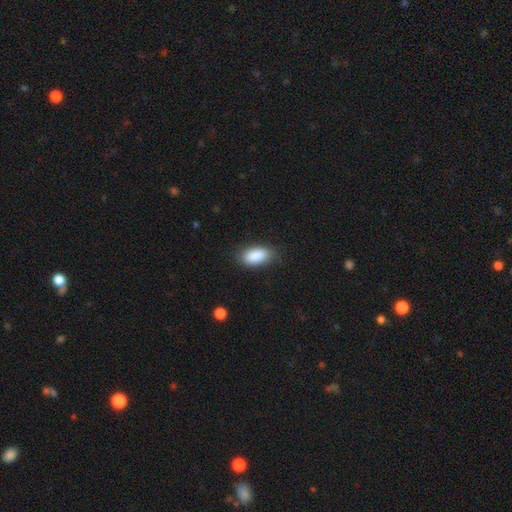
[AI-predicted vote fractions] This appears to be a smooth galaxy with no disk features (89%) that is in between round and cigar-shaped (91%). Merging: none (81%).